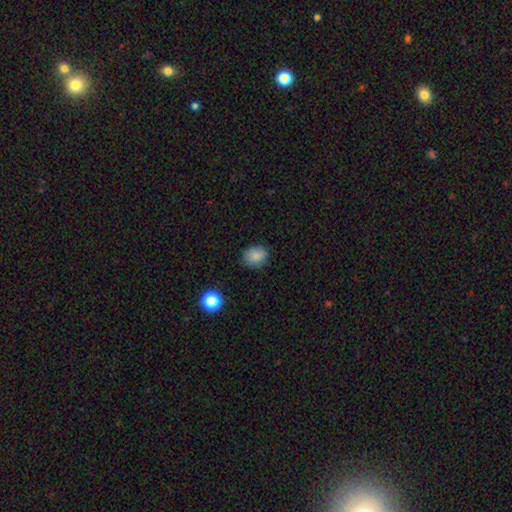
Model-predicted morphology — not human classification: Q: Smooth or featured?
A: smooth (84%); runner-up: star or artifact (10%)
Q: How rounded?
A: round (55%); runner-up: in between (44%)
Q: Merging?
A: none (81%); runner-up: minor disturbance (15%)